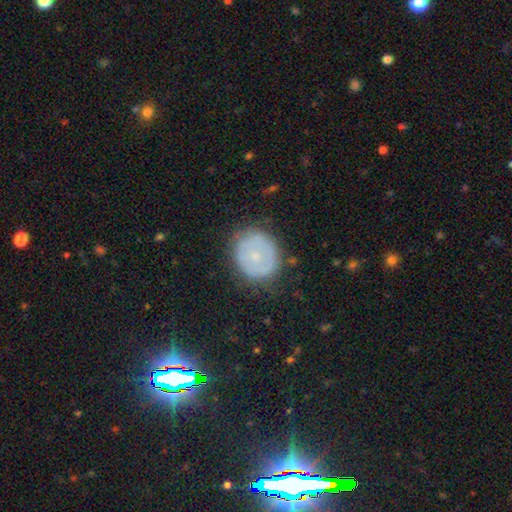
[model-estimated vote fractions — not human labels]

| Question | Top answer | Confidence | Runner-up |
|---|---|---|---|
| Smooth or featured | smooth | 52% | featured or disk (39%) |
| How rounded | round | 69% | in between (30%) |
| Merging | none | 77% | minor disturbance (16%) |